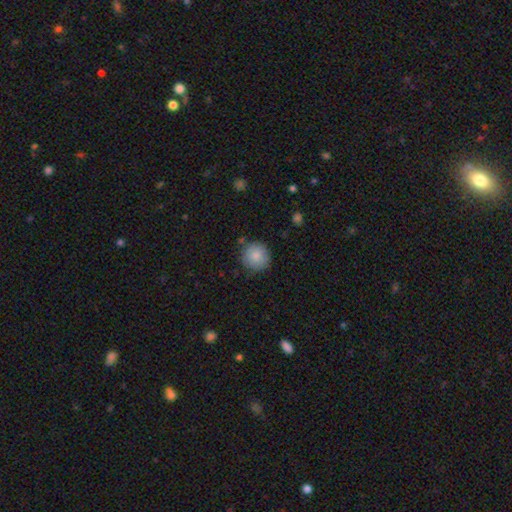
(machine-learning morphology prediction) This appears to be a smooth galaxy with no disk features (86%) that is round (93%). Merging: none (84%).